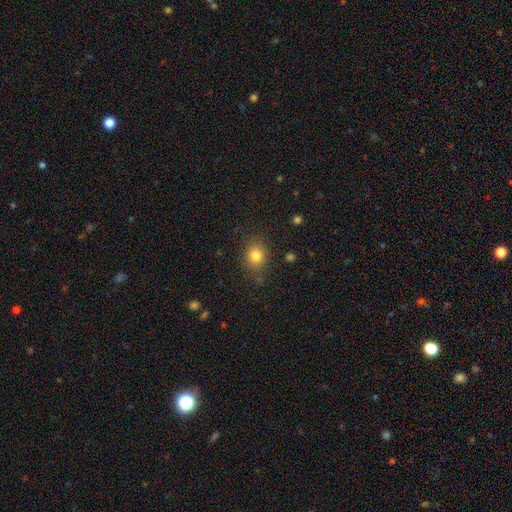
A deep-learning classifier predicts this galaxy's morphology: This is clearly a smooth galaxy (81%). How rounded: likely round (63%). Merging: clearly none (81%).